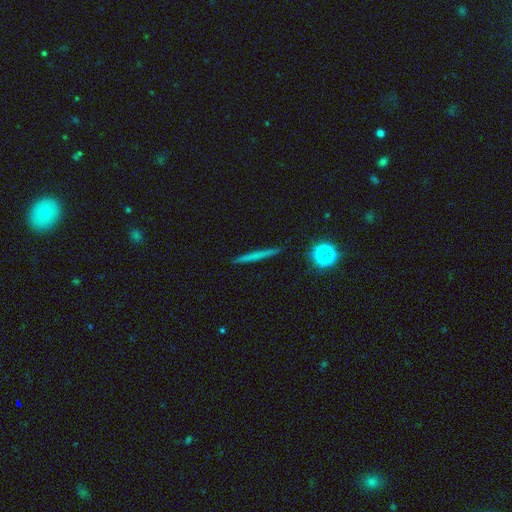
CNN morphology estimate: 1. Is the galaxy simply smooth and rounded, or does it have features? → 55% smooth, 34% featured or disk, 11% star or artifact.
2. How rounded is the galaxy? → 93% cigar-shaped, 4% round, 3% in between.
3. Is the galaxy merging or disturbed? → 91% none, 6% minor disturbance, 1% major disturbance, 1% merger.